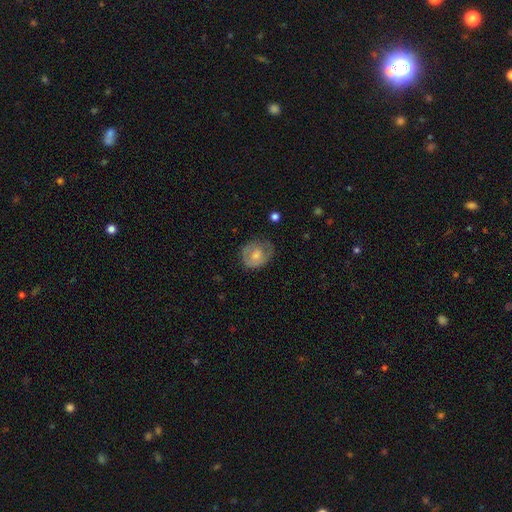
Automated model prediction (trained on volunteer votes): Smooth or featured? smooth (60%)
How rounded? round (63%)
Merging? none (56%)